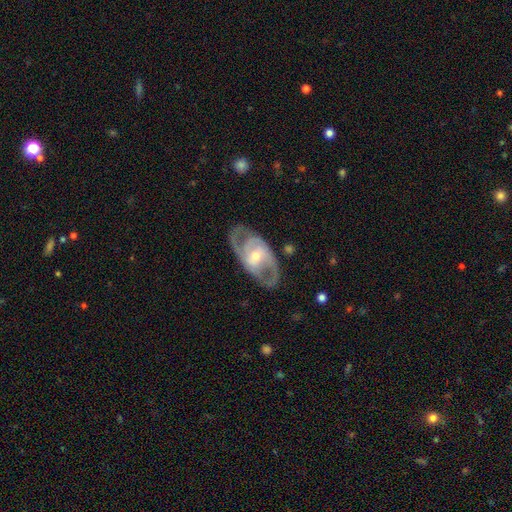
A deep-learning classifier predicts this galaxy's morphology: A featured or disk galaxy (87%) with no bar (40%, tied with weak), 2 (74%) medium (52%) spiral arms (93%) and a moderate central bulge (51%). Merging: none (77%).